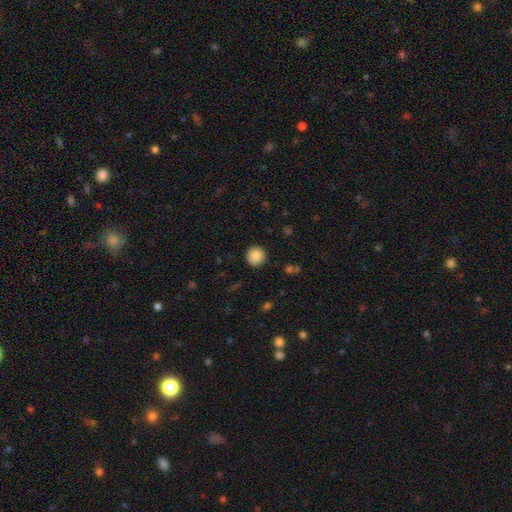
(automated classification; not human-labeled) smooth-or-featured: smooth: 87% | star or artifact: 9% | featured or disk: 4%
  how-rounded: round: 93% | in between: 6% | cigar-shaped: 1%
  merging: none: 91% | minor disturbance: 6% | major disturbance: 2% | merger: 1%